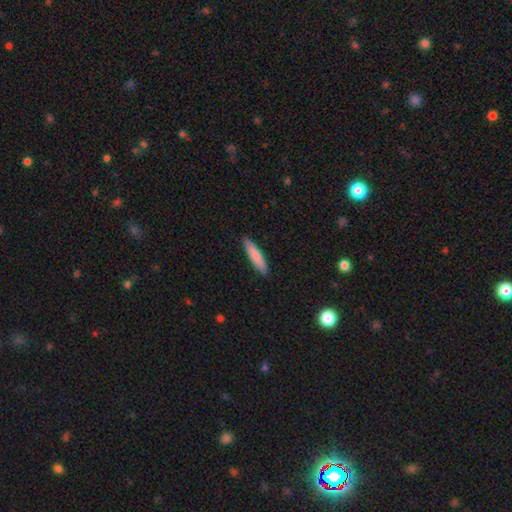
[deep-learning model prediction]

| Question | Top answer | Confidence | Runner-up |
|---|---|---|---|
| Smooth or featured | smooth | 81% | featured or disk (14%) |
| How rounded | cigar-shaped | 83% | in between (16%) |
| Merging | none | 90% | minor disturbance (8%) |